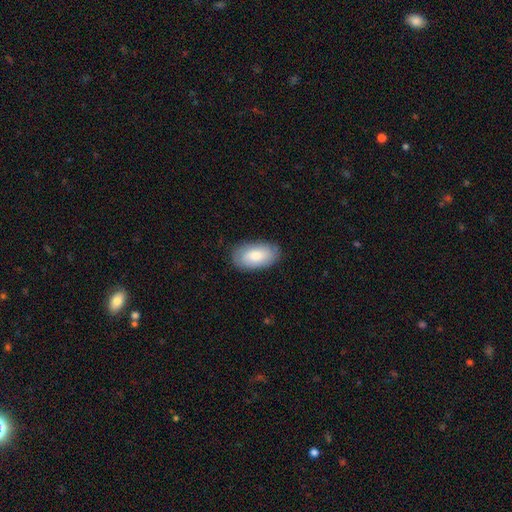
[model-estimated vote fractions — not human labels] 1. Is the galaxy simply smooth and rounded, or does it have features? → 72% smooth, 22% featured or disk, 6% star or artifact.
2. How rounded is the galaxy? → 94% in between, 4% round, 2% cigar-shaped.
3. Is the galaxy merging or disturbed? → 82% none, 13% minor disturbance, 3% major disturbance, 1% merger.